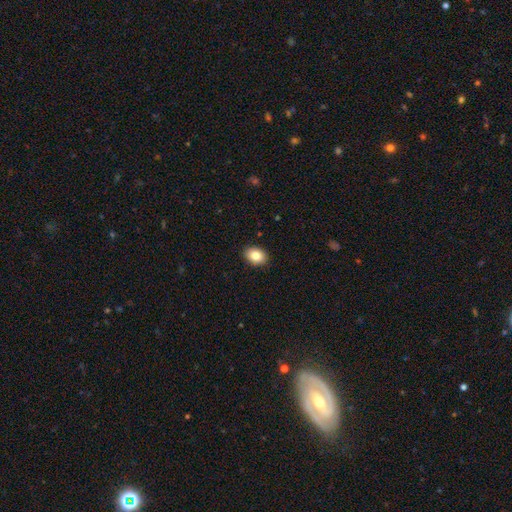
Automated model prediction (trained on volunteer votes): A smooth galaxy with no disk features (83%) that is in between round and cigar-shaped (67%).

Vote fractions:
- Smooth or featured? smooth: 83% / star or artifact: 9% / featured or disk: 8%
- How rounded? in between: 67% / round: 33% / cigar-shaped: 1%
- Merging? none: 90% / minor disturbance: 7% / major disturbance: 2% / merger: 1%